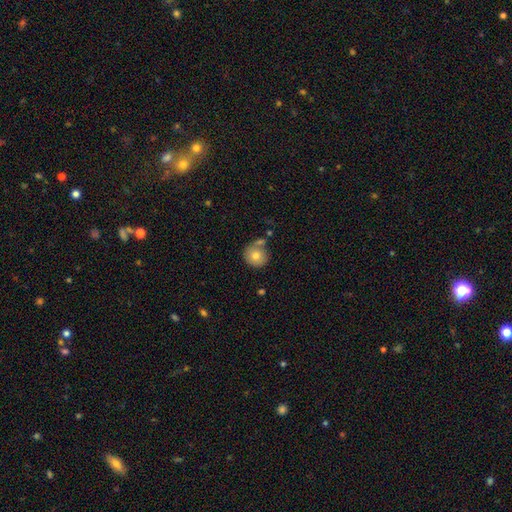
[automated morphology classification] type=smooth (75%); roundness=round (90%); merging=none (61%).